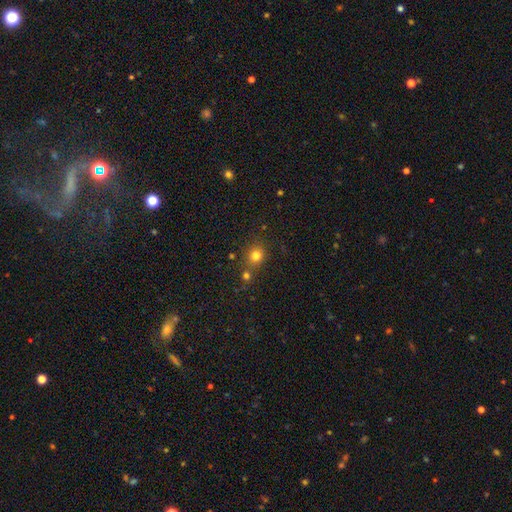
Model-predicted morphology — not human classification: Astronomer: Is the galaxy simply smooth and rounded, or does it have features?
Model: smooth — 77%.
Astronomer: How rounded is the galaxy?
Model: round — 81%.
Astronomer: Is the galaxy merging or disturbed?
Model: none — 68%.